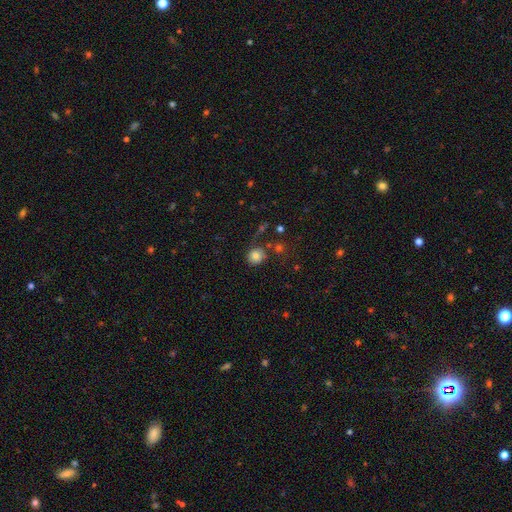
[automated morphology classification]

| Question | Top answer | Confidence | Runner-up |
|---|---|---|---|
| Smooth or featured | smooth | 80% | star or artifact (11%) |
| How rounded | round | 85% | in between (14%) |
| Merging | none | 67% | minor disturbance (16%) |